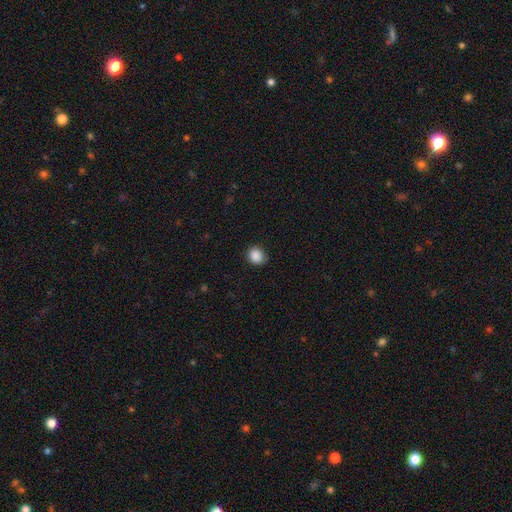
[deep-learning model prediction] Q: Smooth or featured?
A: smooth (88%); runner-up: star or artifact (9%)
Q: How rounded?
A: round (73%); runner-up: in between (26%)
Q: Merging?
A: none (83%); runner-up: minor disturbance (13%)